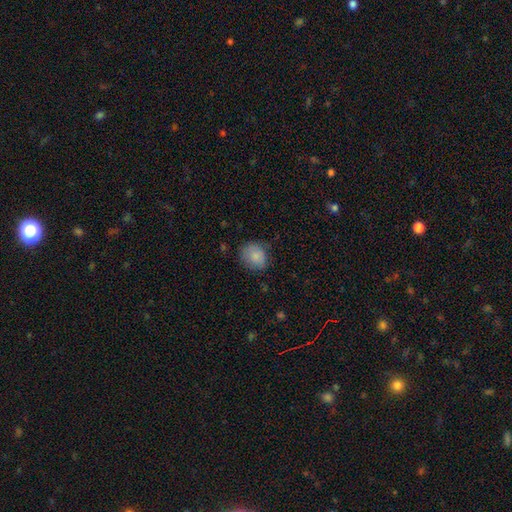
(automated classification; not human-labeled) Smooth or featured? Predicted: smooth (p=0.84). How rounded? Predicted: round (p=0.66). Merging? Predicted: none (p=0.72).